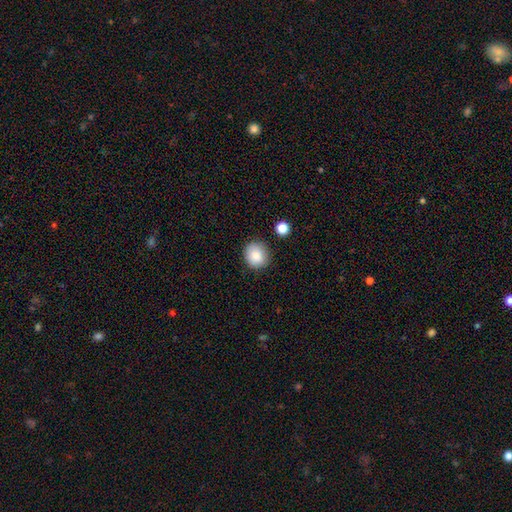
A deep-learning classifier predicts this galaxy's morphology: Overall: smooth (85%). How rounded: round (84%). Merging: none (86%).